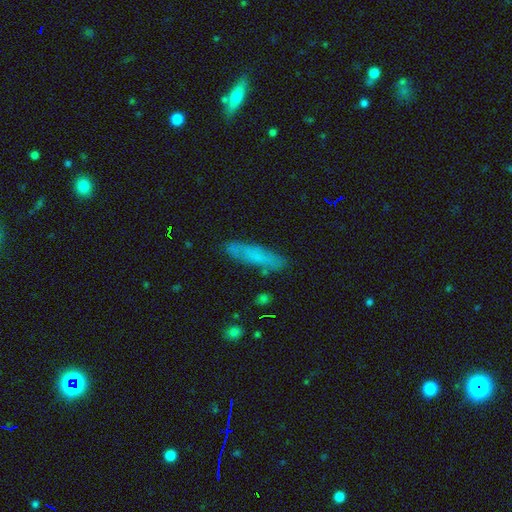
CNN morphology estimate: This is likely a smooth galaxy (64%). How rounded: likely cigar-shaped (77%). Merging: clearly none (81%).